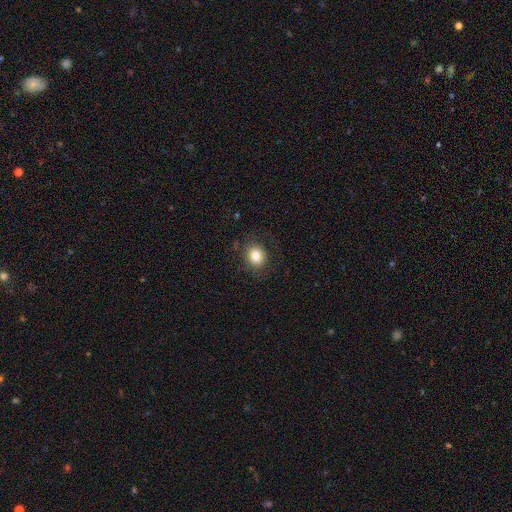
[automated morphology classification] Smooth or featured: smooth — 81% (star or artifact — 10%)
How rounded: round — 62% (in between — 37%)
Merging: none — 82% (minor disturbance — 12%)